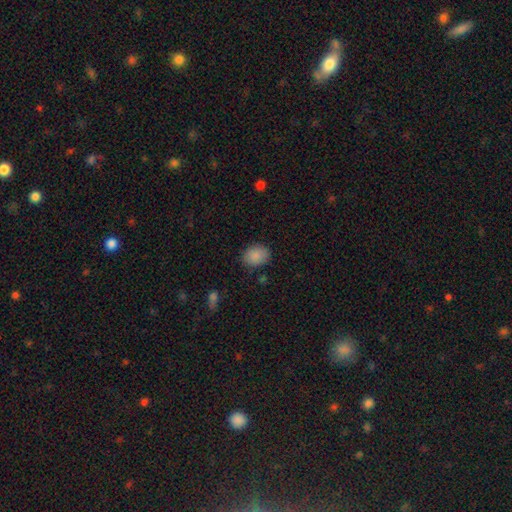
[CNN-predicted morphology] Smooth or featured? smooth (87%)
How rounded? in between (61%)
Merging? none (85%)